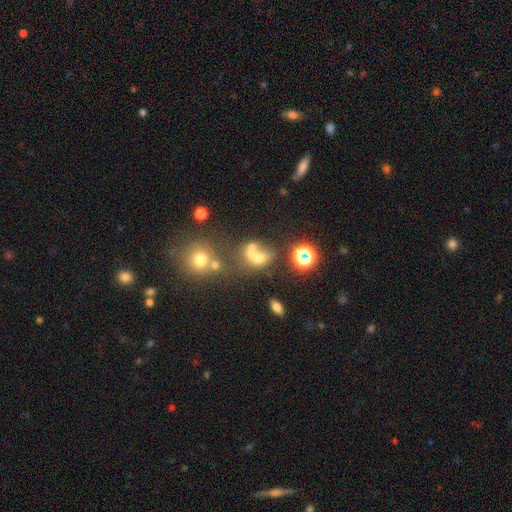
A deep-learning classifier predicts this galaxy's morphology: A smooth galaxy with no disk features (54%) that is round (61%). Merging: merger (51%).